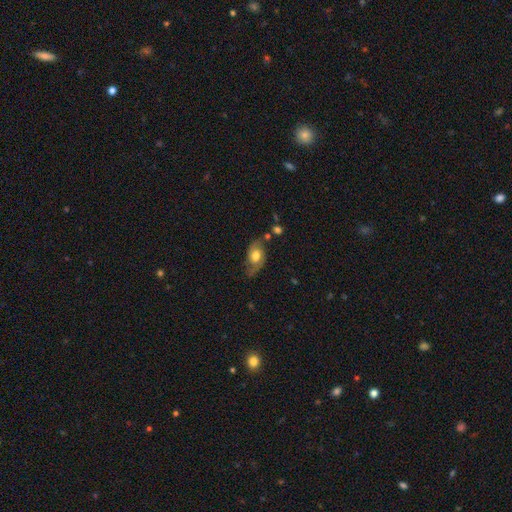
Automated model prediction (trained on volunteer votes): smooth-or-featured: featured or disk: 55% | smooth: 37% | star or artifact: 8%
  disk-edge-on: no: 92% | yes: 8%
    bar: no: 68% | weak: 26% | strong: 5%
    has-spiral-arms: yes: 78% | no: 22%
    bulge-size: moderate: 58% | large: 32% | small: 7% | dominant: 2% | none: 2%
  merging: none: 60% | minor disturbance: 25% | major disturbance: 10% | merger: 5%